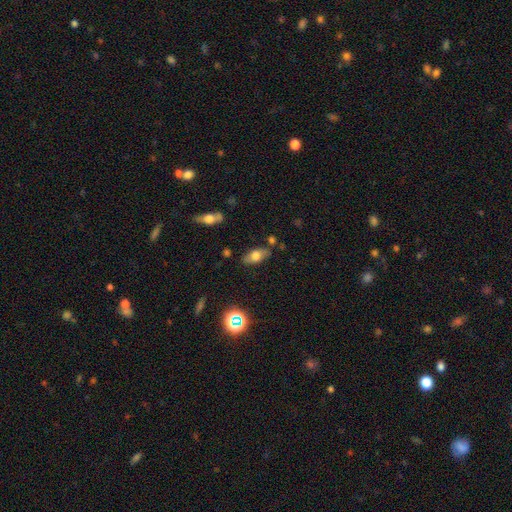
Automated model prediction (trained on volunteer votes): Overall: smooth (65%; featured or disk 25%). How rounded: in between (85%). Merging: none (79%).